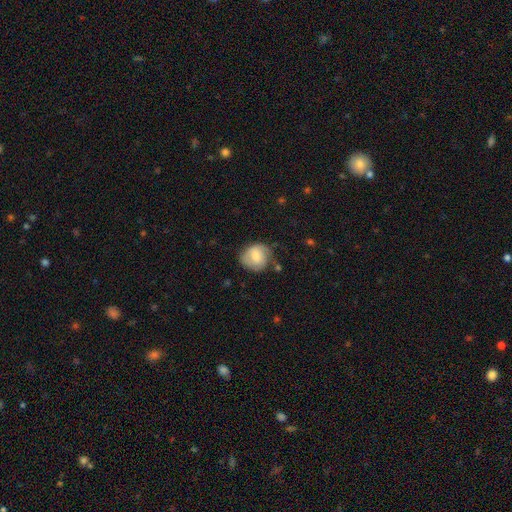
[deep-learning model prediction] This appears to be a smooth galaxy with no disk features (61%) that is round (80%). Merging: none (65%).